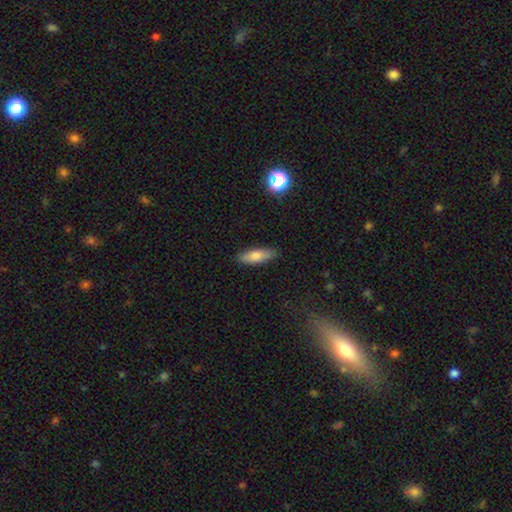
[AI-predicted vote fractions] A smooth galaxy with no disk features (75%) that is in between round and cigar-shaped (49%, tied with cigar-shaped). Merging: none (86%).